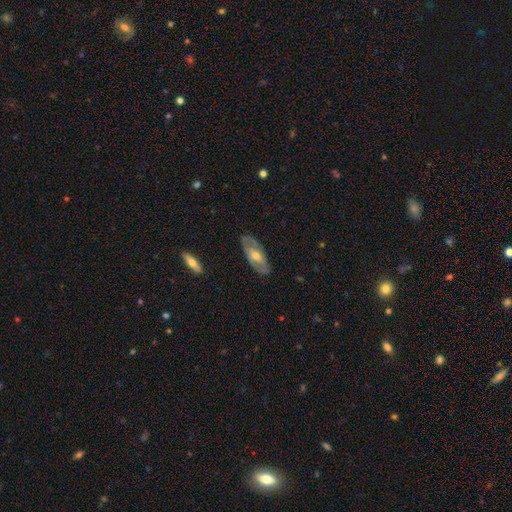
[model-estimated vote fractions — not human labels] Smooth or featured? Predicted: featured or disk (p=0.67). Edge-on disk? Predicted: no (p=0.83). Bar? Predicted: no (p=0.53). Spiral arms? Predicted: yes (p=0.55). Bulge size? Predicted: moderate (p=0.57). Merging? Predicted: none (p=0.81).